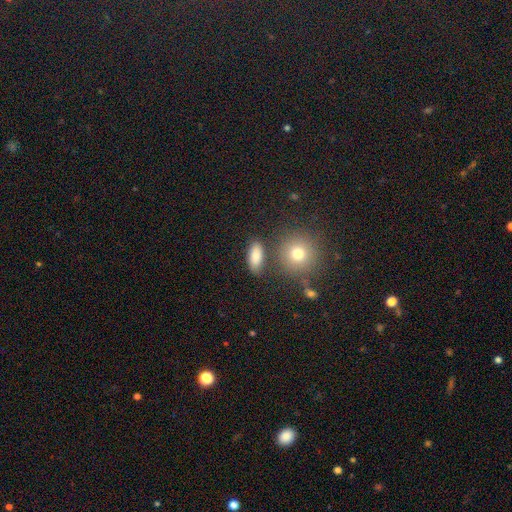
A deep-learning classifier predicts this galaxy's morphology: smooth 81%, star or artifact 10%, featured or disk 9%. Down the decision tree: how rounded — in between (81%); merging — none (79%).